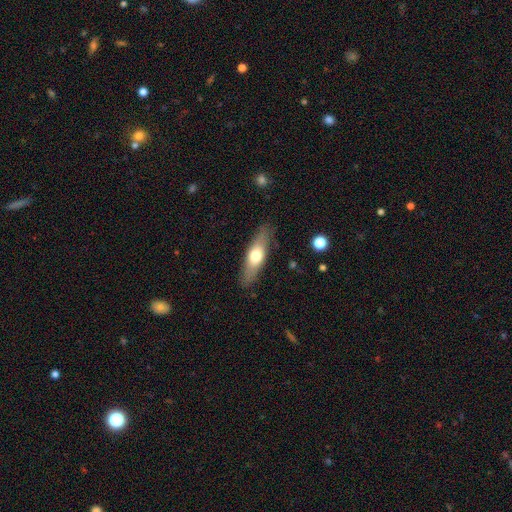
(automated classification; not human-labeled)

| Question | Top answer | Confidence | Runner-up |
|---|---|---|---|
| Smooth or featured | smooth | 58% | featured or disk (37%) |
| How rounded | cigar-shaped | 52% | in between (45%) |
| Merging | none | 85% | minor disturbance (11%) |